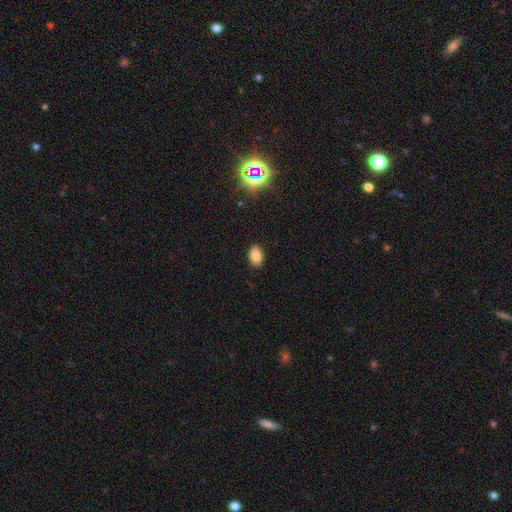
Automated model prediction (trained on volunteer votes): The model was most divided on "smooth or featured": smooth: 86%, star or artifact: 9%, featured or disk: 4%. More confident: how rounded — in between (90%); merging — none (88%).